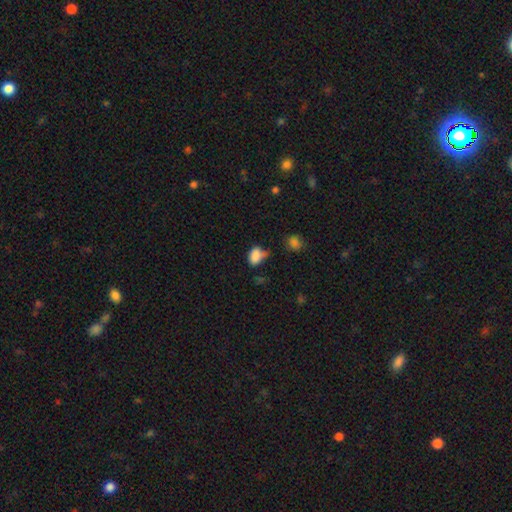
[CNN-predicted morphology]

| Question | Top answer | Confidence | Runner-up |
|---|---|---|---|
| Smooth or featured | smooth | 82% | star or artifact (11%) |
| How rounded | in between | 82% | round (16%) |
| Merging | none | 39% | minor disturbance (36%) |